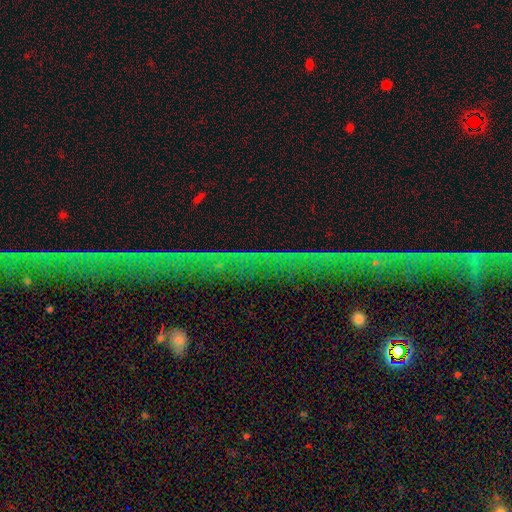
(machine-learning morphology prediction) type=star or artifact (74%).